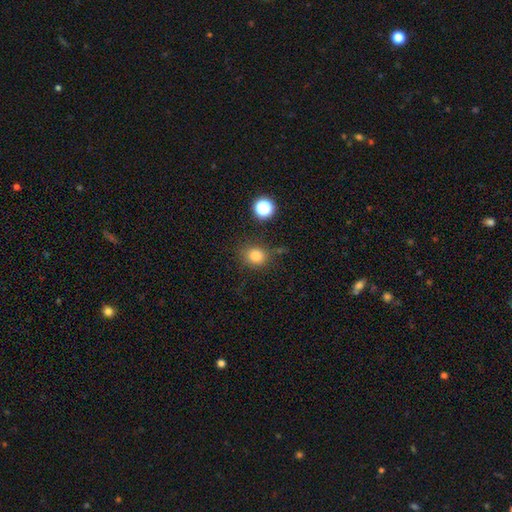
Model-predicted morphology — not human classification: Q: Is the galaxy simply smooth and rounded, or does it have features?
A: smooth — 82%.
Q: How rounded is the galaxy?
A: round — 73%.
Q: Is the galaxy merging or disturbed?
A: none — 76%.